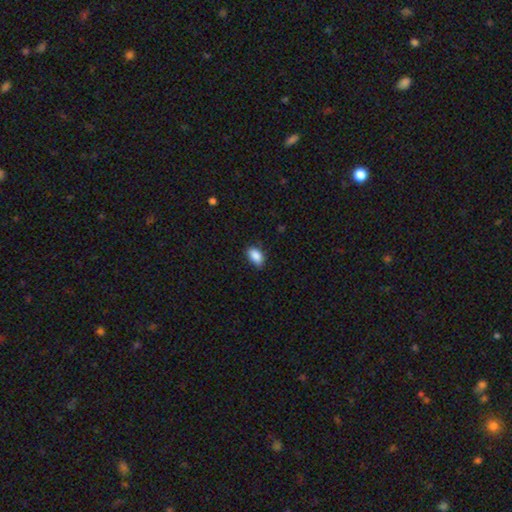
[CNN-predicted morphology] Smooth or featured? smooth (89%)
How rounded? in between (91%)
Merging? none (80%)